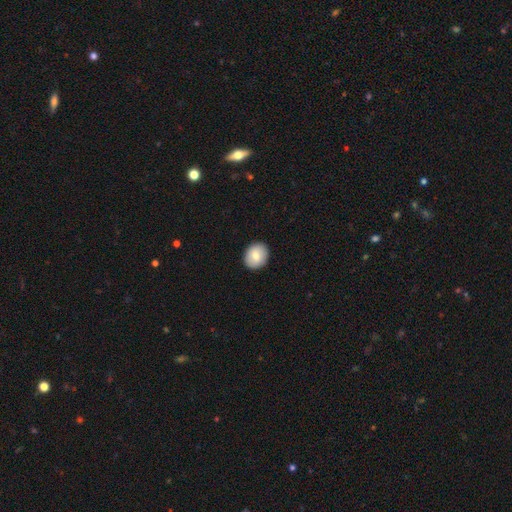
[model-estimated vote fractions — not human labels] A smooth galaxy with no disk features (75%) that is round (64%).

Vote fractions:
- Smooth or featured? smooth: 75% / featured or disk: 18% / star or artifact: 7%
- How rounded? round: 64% / in between: 35% / cigar-shaped: 1%
- Merging? none: 90% / minor disturbance: 7% / major disturbance: 2% / merger: 1%